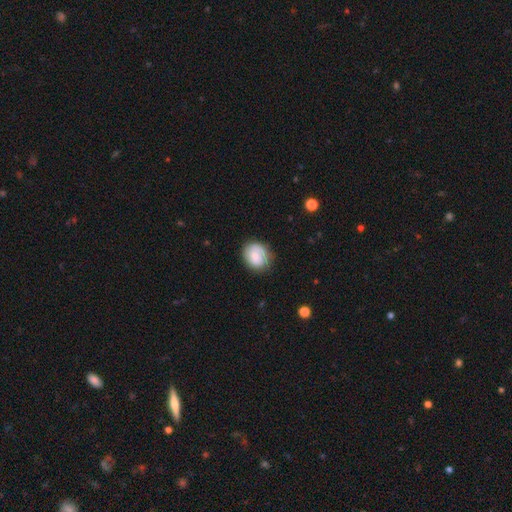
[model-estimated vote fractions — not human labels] Smooth or featured? Predicted: smooth (p=0.64). How rounded? Predicted: round (p=0.67). Merging? Predicted: none (p=0.76).